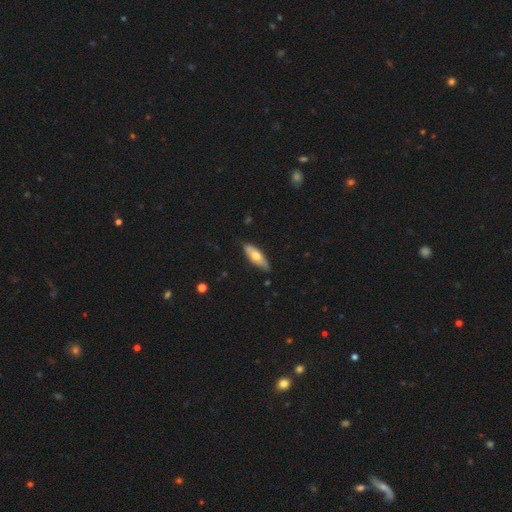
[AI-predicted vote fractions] This is possibly a smooth galaxy (57%). How rounded: likely in between (60%). Merging: likely none (78%).